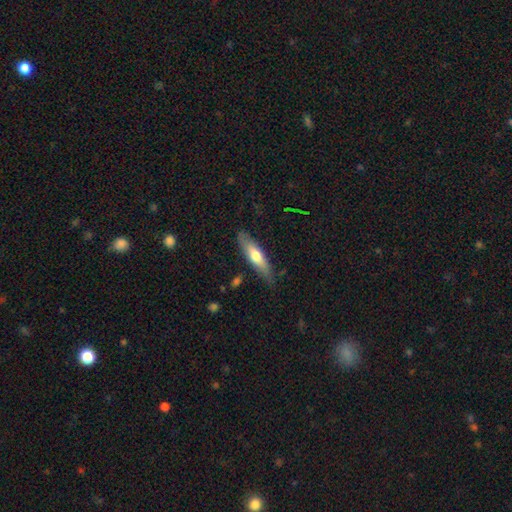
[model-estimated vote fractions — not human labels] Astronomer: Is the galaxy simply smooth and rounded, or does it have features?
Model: smooth — 59% (runner-up: featured or disk, 35%).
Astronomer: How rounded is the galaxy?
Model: cigar-shaped — 66%.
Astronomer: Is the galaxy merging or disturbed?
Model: none — 80%.